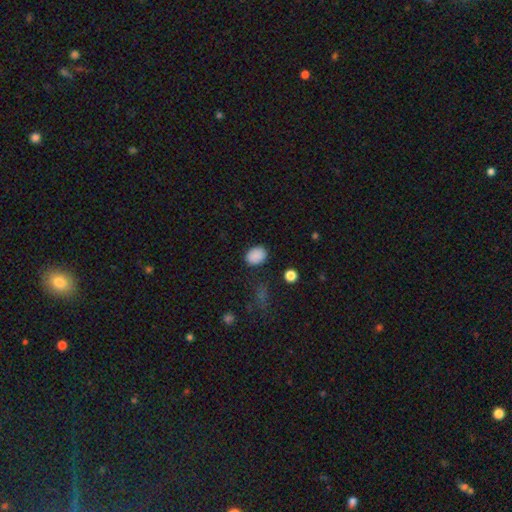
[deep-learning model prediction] smooth-or-featured: smooth: 87% | star or artifact: 9% | featured or disk: 3%
  how-rounded: in between: 68% | round: 31% | cigar-shaped: 1%
  merging: none: 85% | minor disturbance: 11% | major disturbance: 3% | merger: 2%